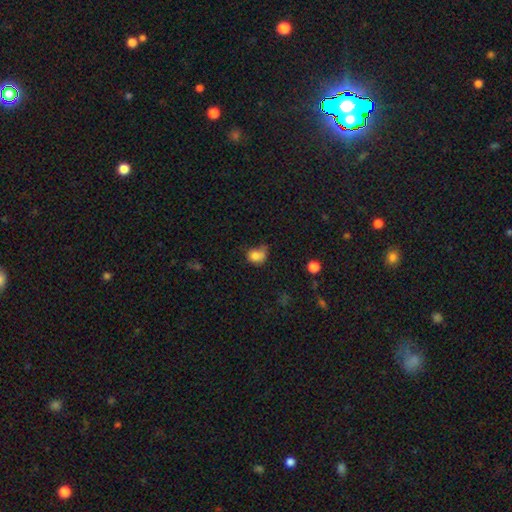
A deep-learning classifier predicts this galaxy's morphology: type=smooth (78%); roundness=round (63%); merging=none (36%).